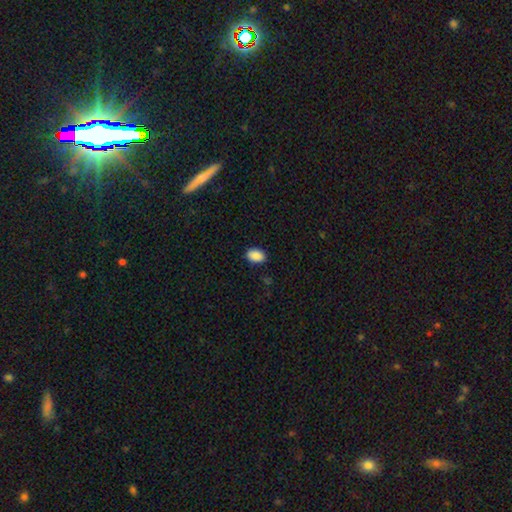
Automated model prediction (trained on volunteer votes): Morphology: type=smooth (90%); roundness=in between (86%); merging=none (88%).